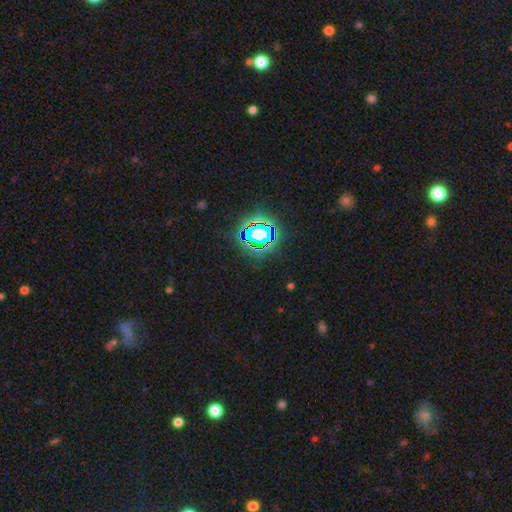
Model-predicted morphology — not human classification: Smooth or featured?
  - star or artifact: 81% *
  - smooth: 13%
  - featured or disk: 7%